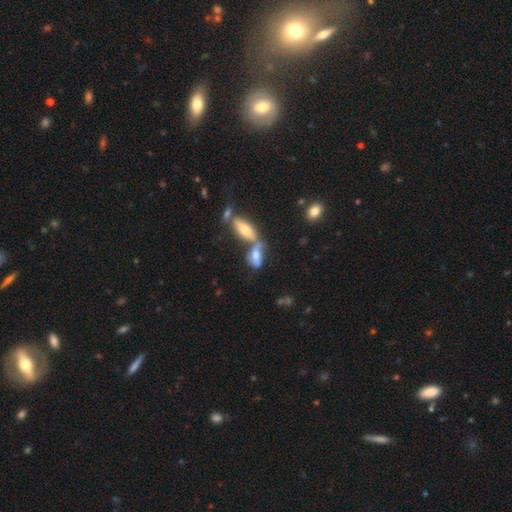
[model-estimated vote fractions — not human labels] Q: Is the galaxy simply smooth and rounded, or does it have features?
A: smooth — 59%.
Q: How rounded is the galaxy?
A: in between — 76%.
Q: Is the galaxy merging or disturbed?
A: merger — 51%.